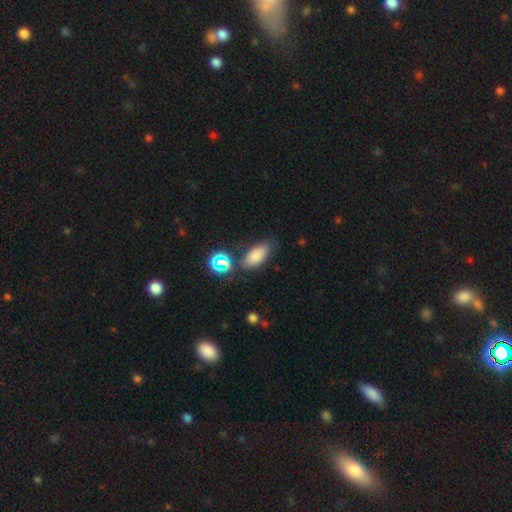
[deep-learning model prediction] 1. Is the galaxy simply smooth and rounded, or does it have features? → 78% smooth, 14% star or artifact, 8% featured or disk.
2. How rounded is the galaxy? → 88% in between, 7% cigar-shaped, 6% round.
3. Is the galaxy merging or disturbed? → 76% none, 13% minor disturbance, 7% merger, 4% major disturbance.